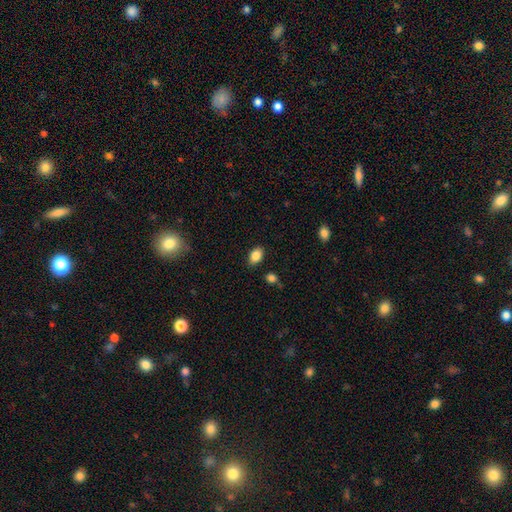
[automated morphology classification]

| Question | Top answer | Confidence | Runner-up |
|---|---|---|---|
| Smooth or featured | smooth | 86% | star or artifact (9%) |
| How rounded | in between | 79% | round (19%) |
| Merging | none | 85% | minor disturbance (10%) |